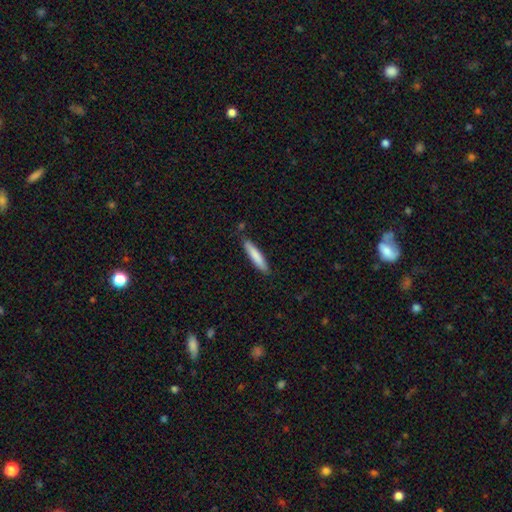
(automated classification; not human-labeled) Overall: smooth (81%). How rounded: cigar-shaped (87%). Merging: none (85%).